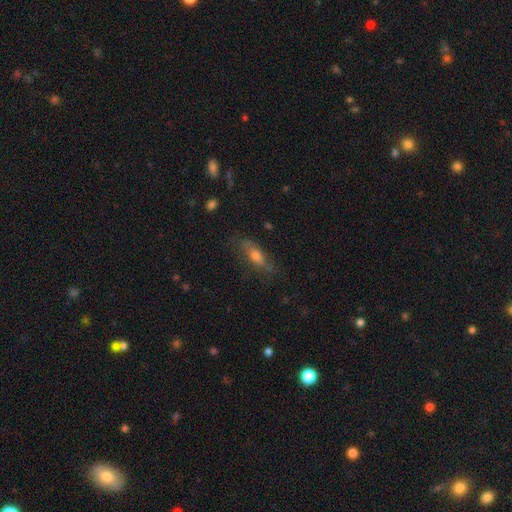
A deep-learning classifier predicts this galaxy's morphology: Smooth or featured? smooth (54%)
How rounded? in between (54%)
Merging? none (68%)